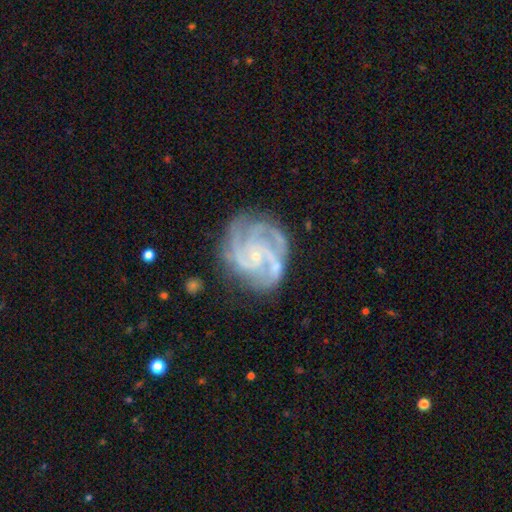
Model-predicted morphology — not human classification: This is clearly a featured or disk galaxy (90%). It is clearly not viewed edge-on (98%). Bar: likely no (68%). Spiral arm pattern: clearly yes (98%). Spiral arm count: possibly 3 (45%). Spiral winding: possibly tight (58%). Central bulge: clearly small (83%). Merging: likely none (70%).